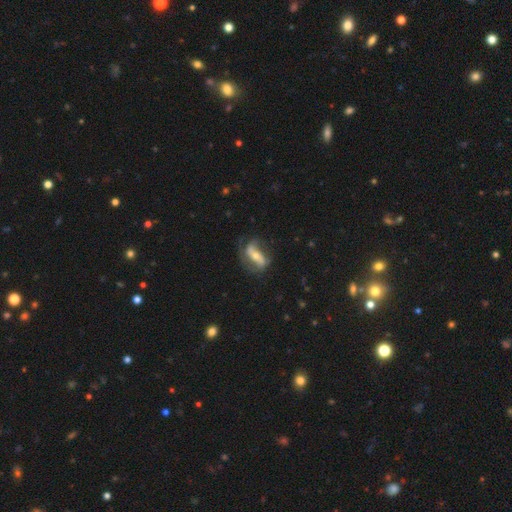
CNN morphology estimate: A featured or disk galaxy (67%) with a strong bar (48%), spiral arms (83%) and a moderate central bulge (45%).

Vote fractions:
- Smooth or featured? featured or disk: 67% / smooth: 26% / star or artifact: 7%
- Edge-on disk? no: 89% / yes: 11%
- Bar? strong: 48% / no: 26% / weak: 26%
- Spiral arms? yes: 83% / no: 17%
- Bulge size? moderate: 45% / small: 43% / large: 6% / none: 4% / dominant: 2%
- Merging? none: 56% / minor disturbance: 22% / major disturbance: 19% / merger: 2%